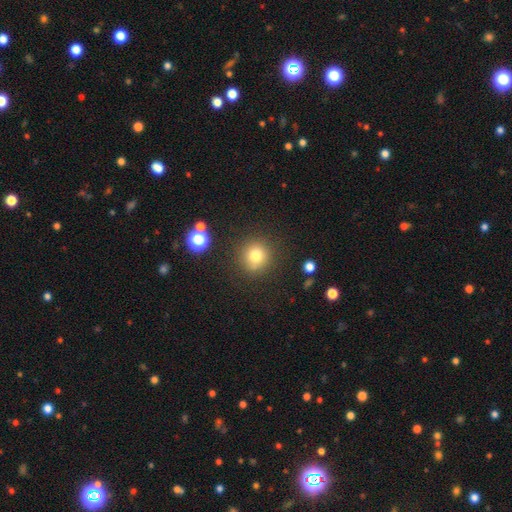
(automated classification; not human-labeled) A smooth galaxy with no disk features (77%) that is round (91%). Merging: none (86%).